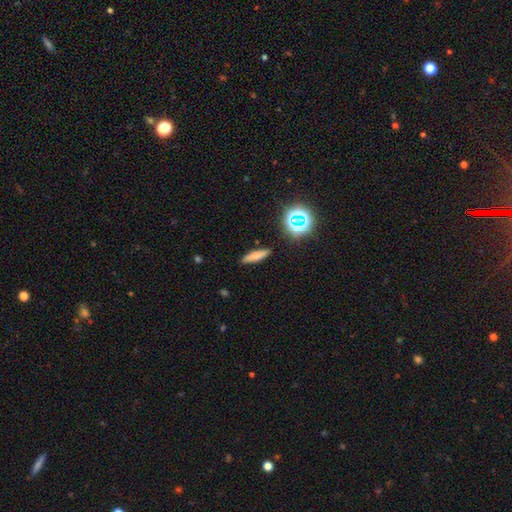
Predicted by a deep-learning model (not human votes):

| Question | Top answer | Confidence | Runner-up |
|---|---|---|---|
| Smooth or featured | smooth | 64% | featured or disk (23%) |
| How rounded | cigar-shaped | 71% | in between (24%) |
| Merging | none | 88% | minor disturbance (8%) |